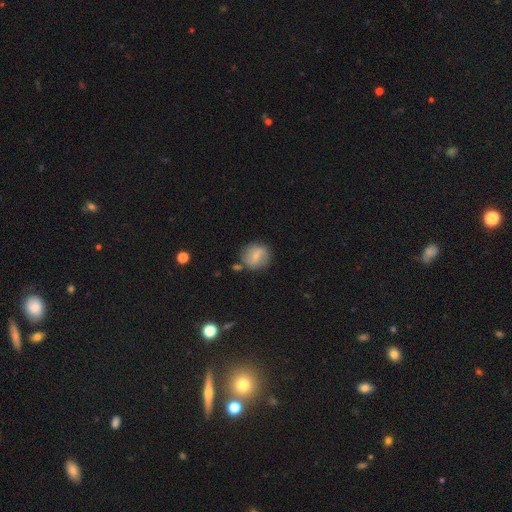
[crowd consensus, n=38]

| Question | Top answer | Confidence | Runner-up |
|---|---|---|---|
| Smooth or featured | smooth | 76% | featured or disk (16%) |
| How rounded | round | 83% | in between (14%) |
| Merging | none | 71% | minor disturbance (17%) |